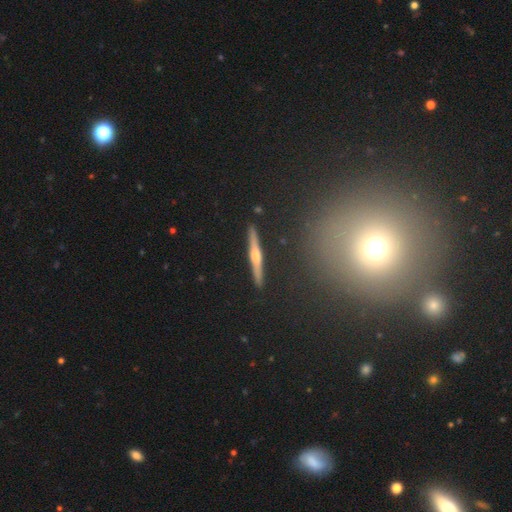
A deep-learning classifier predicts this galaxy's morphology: A featured or disk galaxy (73%) viewed edge-on (97%) with a rounded central bulge (88%). Merging: none (91%).